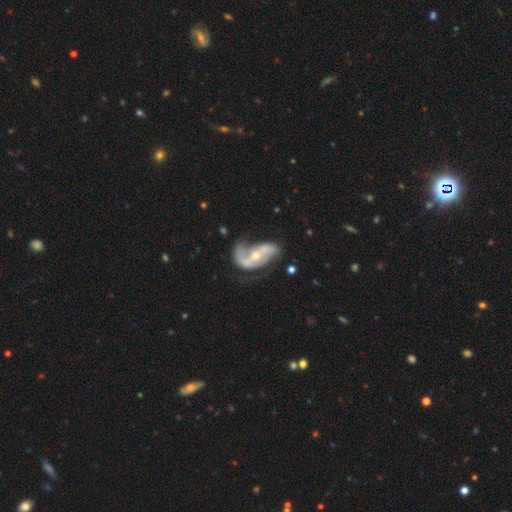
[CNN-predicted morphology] This is clearly a featured or disk galaxy (82%). It is clearly not viewed edge-on (95%). Bar: marginally no (37%). Spiral arm pattern: clearly yes (87%). Spiral arm count: likely 2 (78%). Spiral winding: possibly loose (52%). Central bulge: possibly moderate (54%). Merging: marginally none (42%).